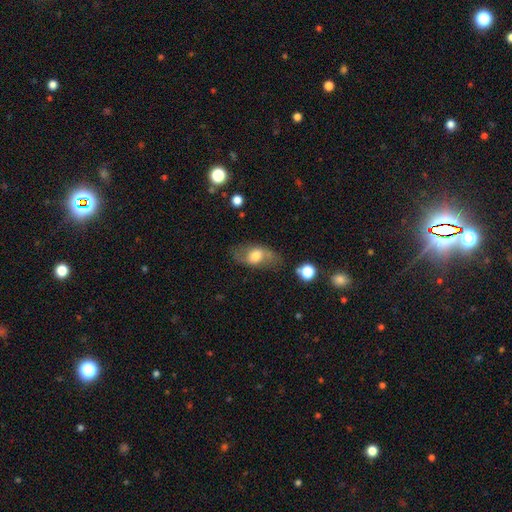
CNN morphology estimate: Smooth or featured? Predicted: smooth (p=0.55). How rounded? Predicted: in between (p=0.82). Merging? Predicted: none (p=0.62).